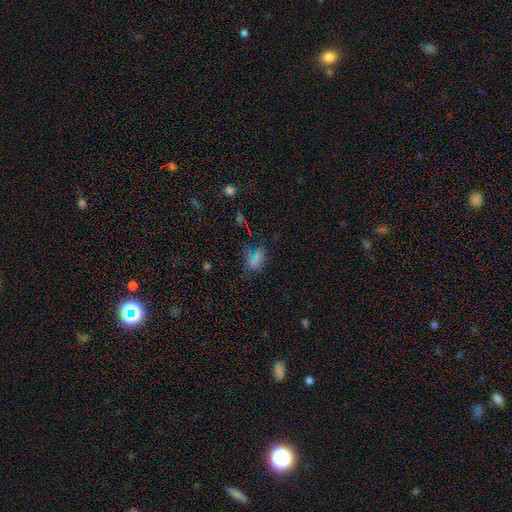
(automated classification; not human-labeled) Smooth or featured?
  - smooth: 46% *
  - star or artifact: 45%
  - featured or disk: 9%
Merging?
  - none: 70% *
  - minor disturbance: 16%
  - major disturbance: 9%
  - merger: 5%